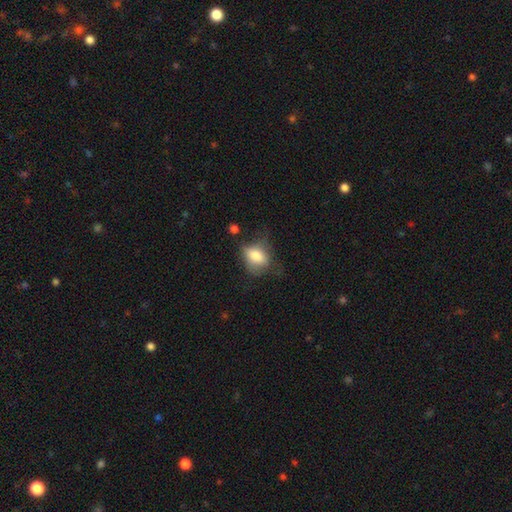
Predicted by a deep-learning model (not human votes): This is likely a smooth galaxy (76%). How rounded: likely in between (73%). Merging: marginally none (40%).